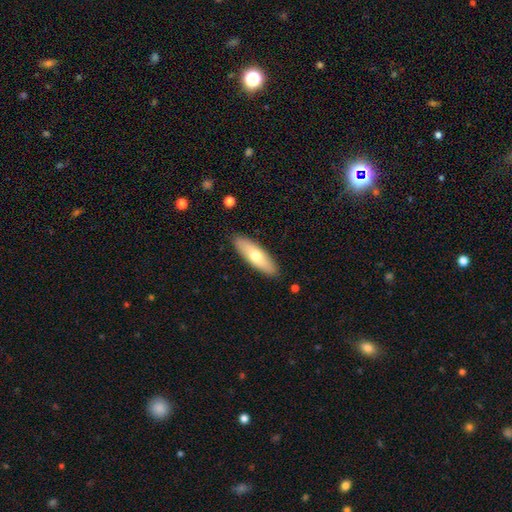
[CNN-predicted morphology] Q: Smooth or featured?
A: smooth (64%); runner-up: featured or disk (30%)
Q: How rounded?
A: in between (53%); runner-up: cigar-shaped (45%)
Q: Merging?
A: none (88%); runner-up: minor disturbance (9%)